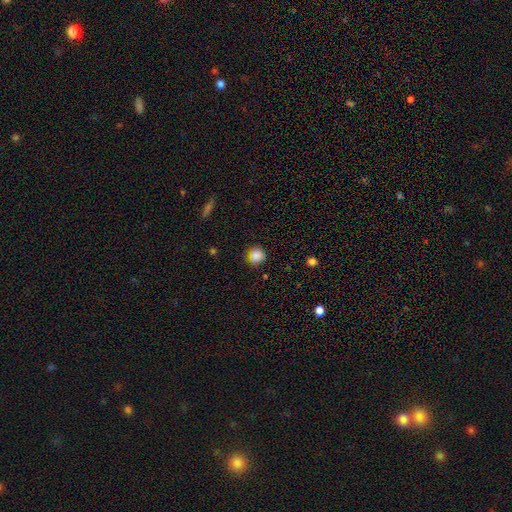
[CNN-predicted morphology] A smooth galaxy with no disk features (84%) that is round (86%). Merging: none (75%).